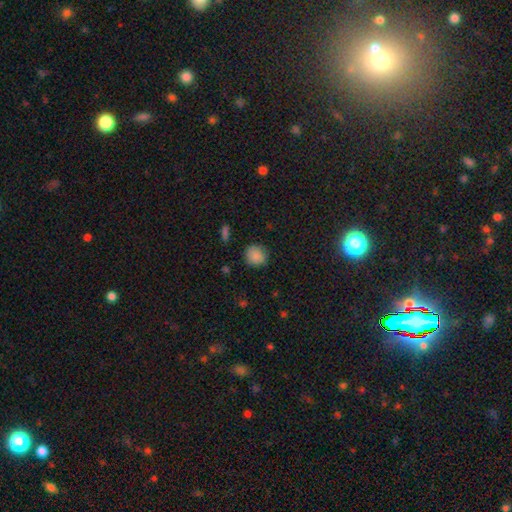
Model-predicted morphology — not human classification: Smooth or featured: smooth — 87% (star or artifact — 9%)
How rounded: round — 87% (in between — 12%)
Merging: none — 85% (minor disturbance — 12%)